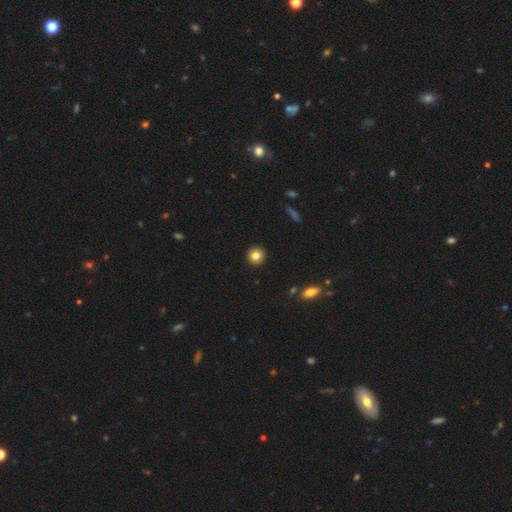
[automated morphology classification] This appears to be a smooth galaxy with no disk features (82%) that is round (94%). Merging: none (93%).